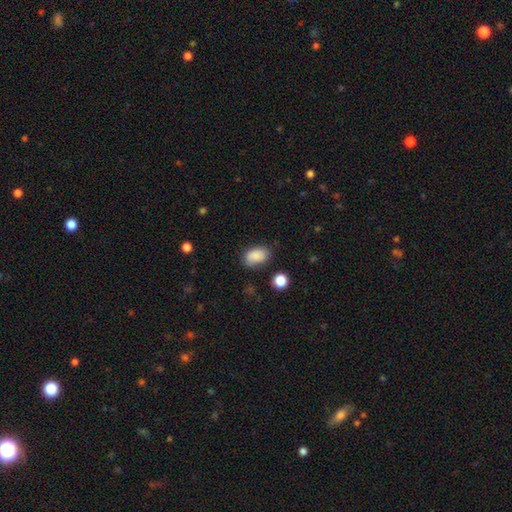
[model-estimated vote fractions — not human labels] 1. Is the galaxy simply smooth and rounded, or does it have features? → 84% smooth, 9% star or artifact, 7% featured or disk.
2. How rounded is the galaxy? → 88% in between, 11% round, 2% cigar-shaped.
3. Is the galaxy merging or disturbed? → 69% none, 22% minor disturbance, 5% major disturbance, 4% merger.